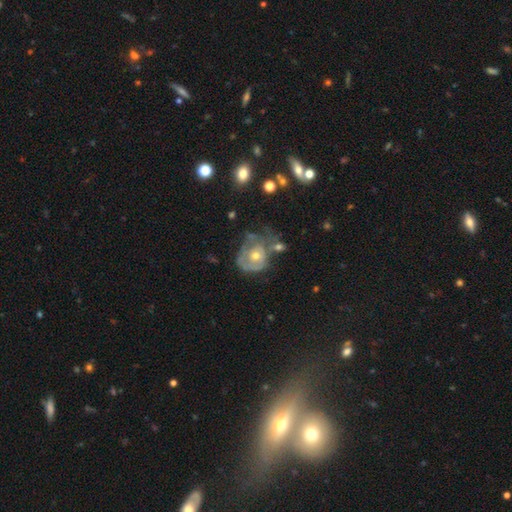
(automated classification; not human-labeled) Q: Smooth or featured?
A: featured or disk (60%); runner-up: smooth (31%)
Q: Edge-on disk?
A: no (97%); runner-up: yes (3%)
Q: Bar?
A: no (83%); runner-up: weak (14%)
Q: Spiral arms?
A: yes (52%); runner-up: no (48%)
Q: Bulge size?
A: moderate (59%); runner-up: small (35%)
Q: Merging?
A: none (32%); runner-up: major disturbance (29%)